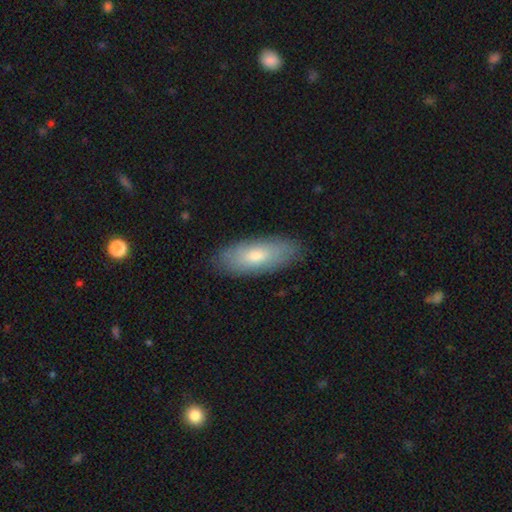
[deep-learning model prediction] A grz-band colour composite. It shows a smooth galaxy with no disk features (69%) that is in between round and cigar-shaped (80%). Merging: none (85%).